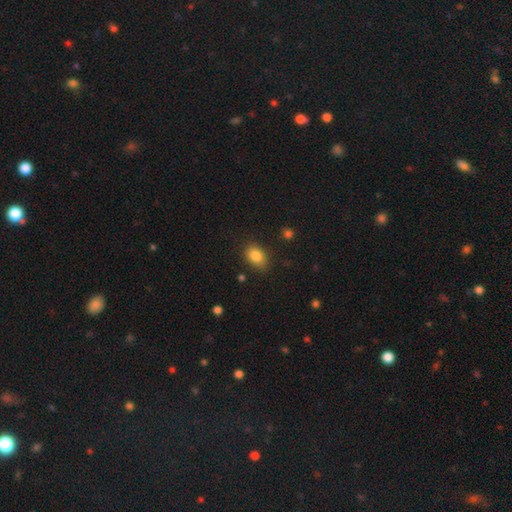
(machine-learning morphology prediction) A smooth galaxy with no disk features (84%) that is in between round and cigar-shaped (77%).

Vote fractions:
- Smooth or featured? smooth: 84% / star or artifact: 9% / featured or disk: 6%
- How rounded? in between: 77% / round: 21% / cigar-shaped: 1%
- Merging? none: 80% / minor disturbance: 15% / major disturbance: 4% / merger: 2%